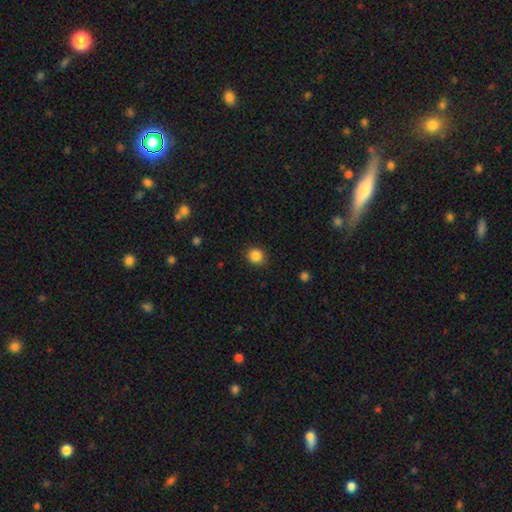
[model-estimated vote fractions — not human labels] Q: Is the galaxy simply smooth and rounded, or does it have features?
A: smooth — 86%.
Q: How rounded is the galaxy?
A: round — 85%.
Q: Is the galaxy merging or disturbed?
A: none — 89%.